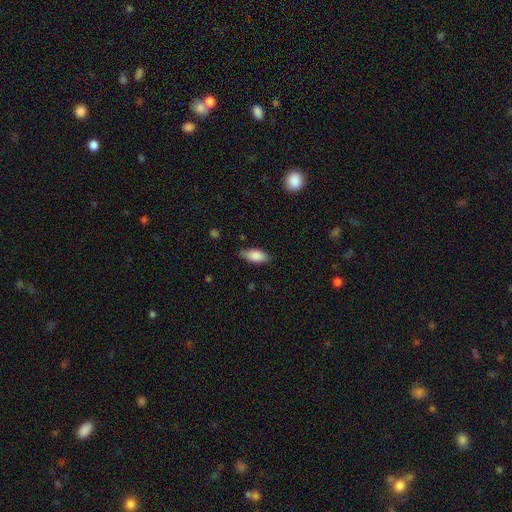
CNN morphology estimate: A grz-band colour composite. It shows a smooth galaxy with no disk features (85%) that is in between round and cigar-shaped (88%). Merging: none (77%).